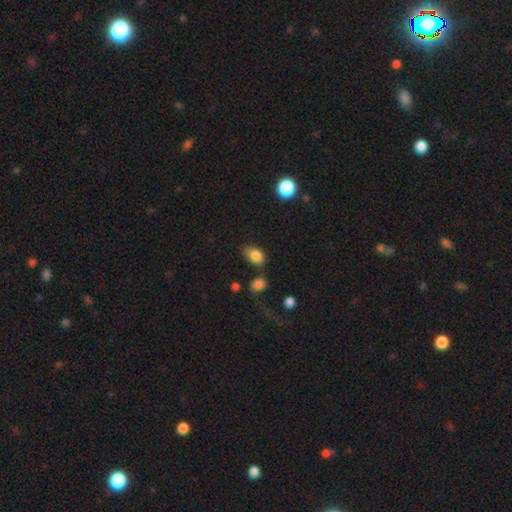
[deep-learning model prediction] Smooth or featured? smooth (84%)
How rounded? in between (76%)
Merging? none (52%)